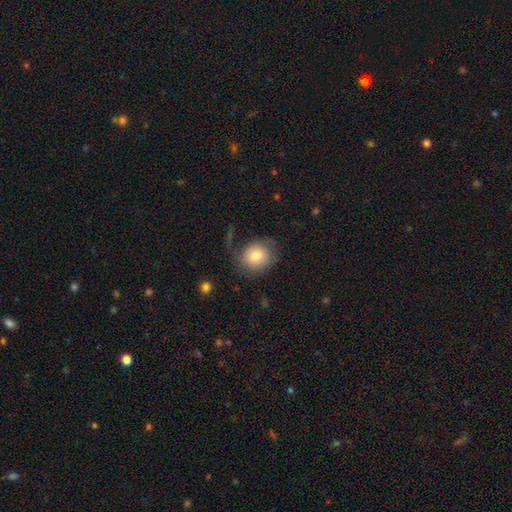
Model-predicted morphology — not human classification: A smooth galaxy with no disk features (78%) that is round (69%). Merging: none (63%).